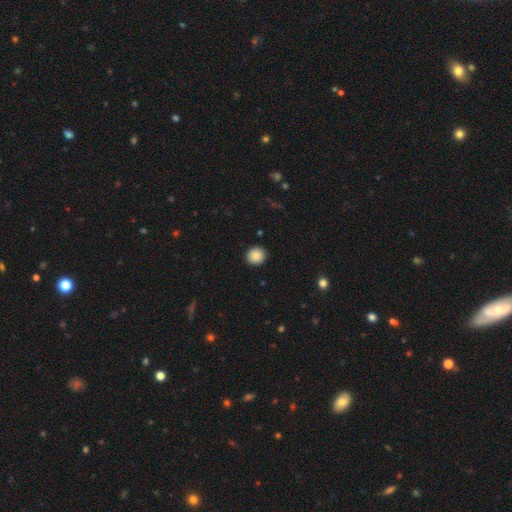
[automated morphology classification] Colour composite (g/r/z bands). It shows a smooth galaxy with no disk features (87%) that is round (92%). Merging: none (92%).